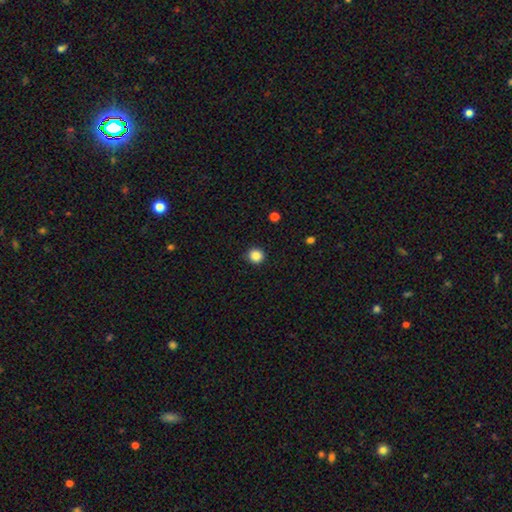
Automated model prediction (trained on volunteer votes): Smooth or featured? Predicted: smooth (p=0.87). How rounded? Predicted: round (p=0.93). Merging? Predicted: none (p=0.91).